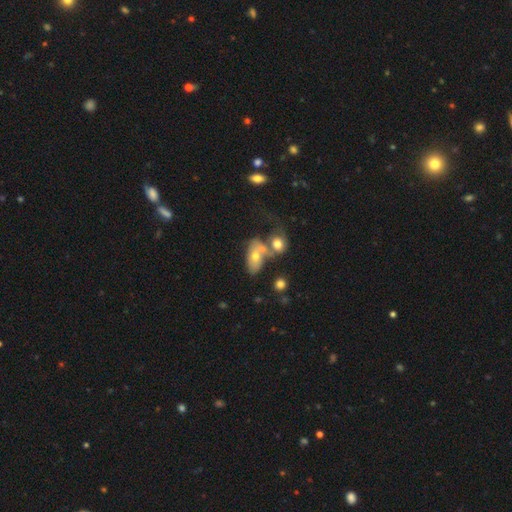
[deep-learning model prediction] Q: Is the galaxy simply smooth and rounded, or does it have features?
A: smooth — 61%.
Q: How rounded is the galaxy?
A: in between — 86%.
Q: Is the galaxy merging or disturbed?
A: merger — 55%.